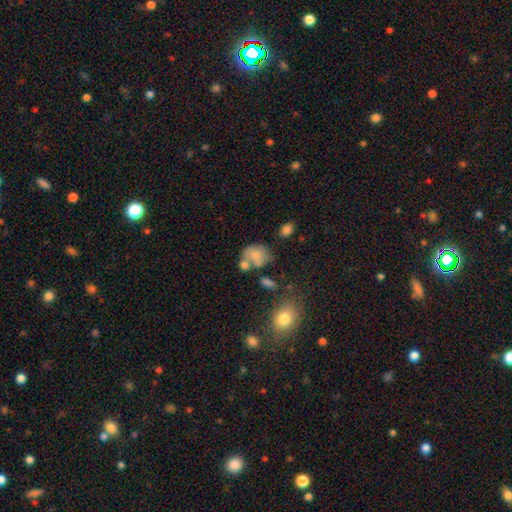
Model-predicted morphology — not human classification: Smooth or featured: smooth — 68% (featured or disk — 22%)
How rounded: in between — 54% (round — 45%)
Merging: none — 34% (merger — 32%)